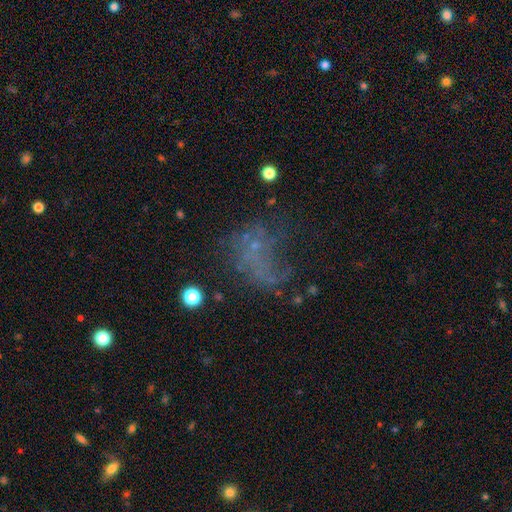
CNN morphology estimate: smooth_or_featured: featured or disk (p=0.38) [alt: smooth p=0.32]
merging: major disturbance (p=0.39) [alt: none p=0.37]